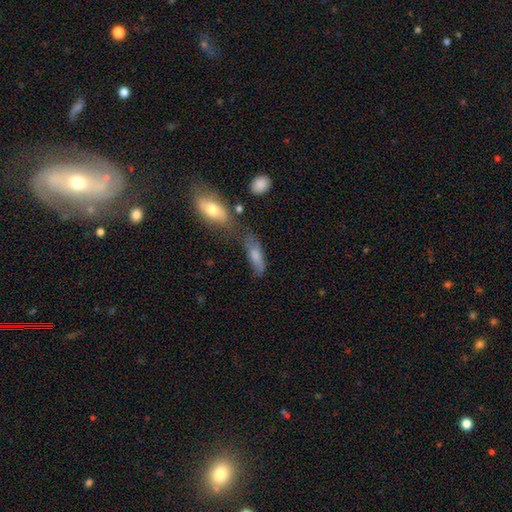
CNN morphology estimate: Smooth or featured: smooth — 72% (featured or disk — 19%)
How rounded: in between — 62% (cigar-shaped — 33%)
Merging: none — 41% (minor disturbance — 25%)